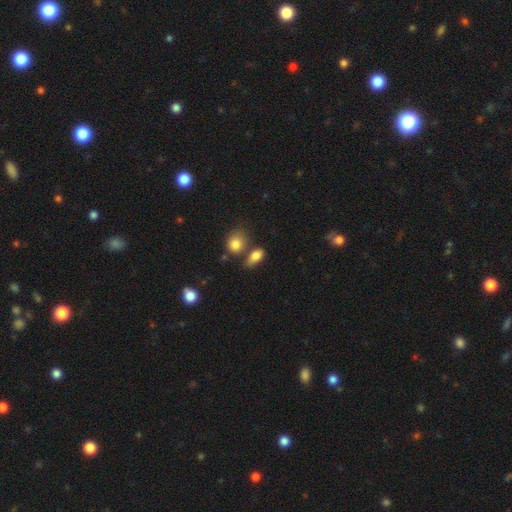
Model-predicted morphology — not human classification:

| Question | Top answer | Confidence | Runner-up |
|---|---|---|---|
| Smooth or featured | smooth | 81% | featured or disk (10%) |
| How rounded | in between | 80% | round (14%) |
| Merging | none | 50% | merger (23%) |